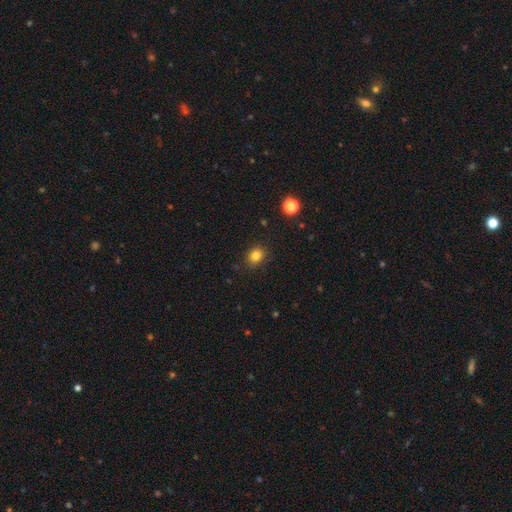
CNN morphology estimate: A smooth galaxy with no disk features (83%) that is round (53%). Merging: none (86%).